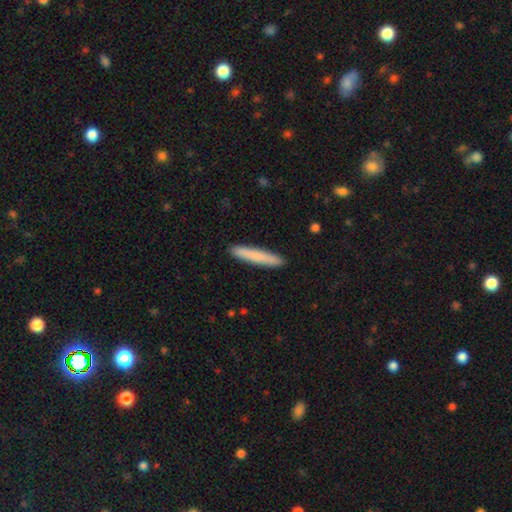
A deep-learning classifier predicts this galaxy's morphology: Smooth or featured? smooth (80%)
How rounded? cigar-shaped (95%)
Merging? none (92%)